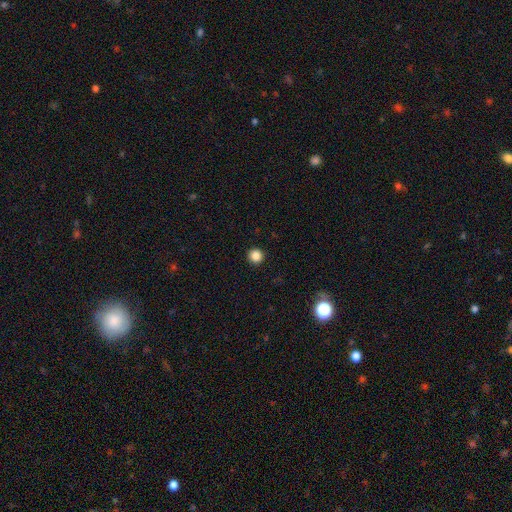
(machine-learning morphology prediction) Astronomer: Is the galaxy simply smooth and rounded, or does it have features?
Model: smooth — 86%.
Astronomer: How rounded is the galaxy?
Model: round — 96%.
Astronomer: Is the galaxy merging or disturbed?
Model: none — 93%.